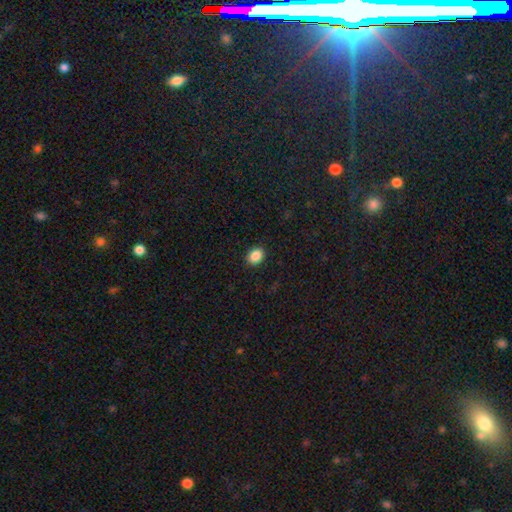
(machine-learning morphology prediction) Q: Smooth or featured?
A: smooth (88%); runner-up: star or artifact (9%)
Q: How rounded?
A: in between (64%); runner-up: round (35%)
Q: Merging?
A: none (90%); runner-up: minor disturbance (7%)